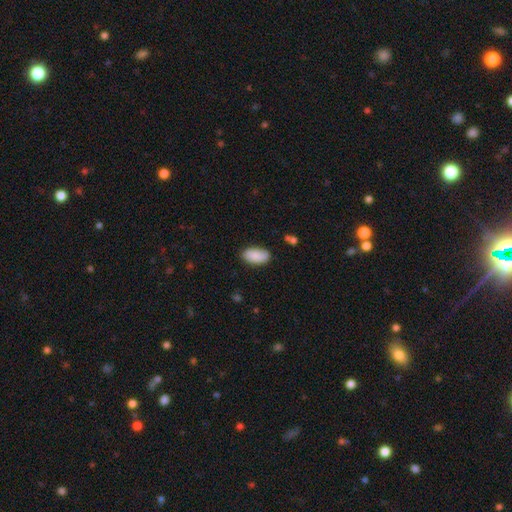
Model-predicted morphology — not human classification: Overall: smooth (82%). How rounded: in between (94%). Merging: none (82%).